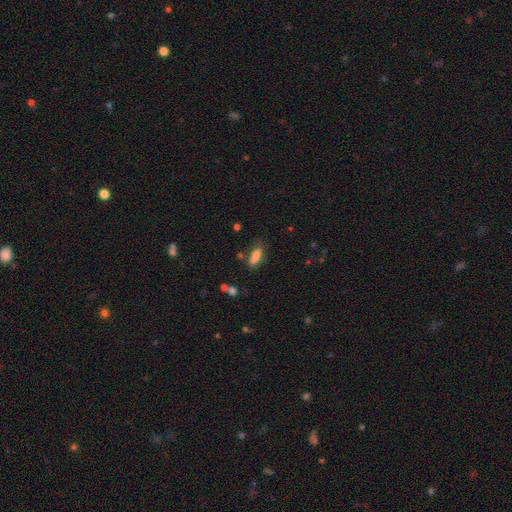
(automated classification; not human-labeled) smooth 74%, featured or disk 16%, star or artifact 10%. Down the decision tree: how rounded — in between (77%); merging — none (52%).